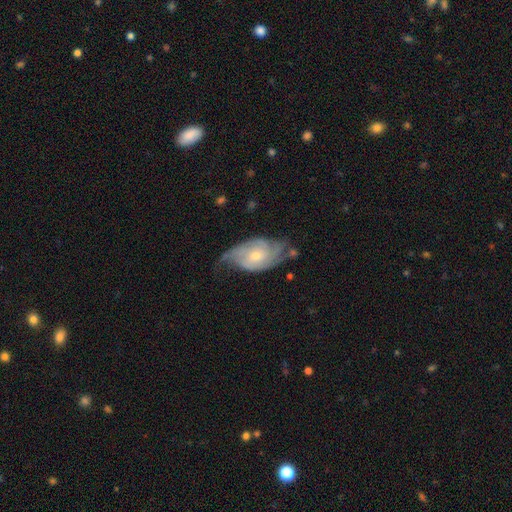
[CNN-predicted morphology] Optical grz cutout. It shows a featured or disk galaxy (78%) with no bar (69%), 2 (46%) tight (40%) spiral arms (93%) and a small central bulge (53%). Merging: none (52%).